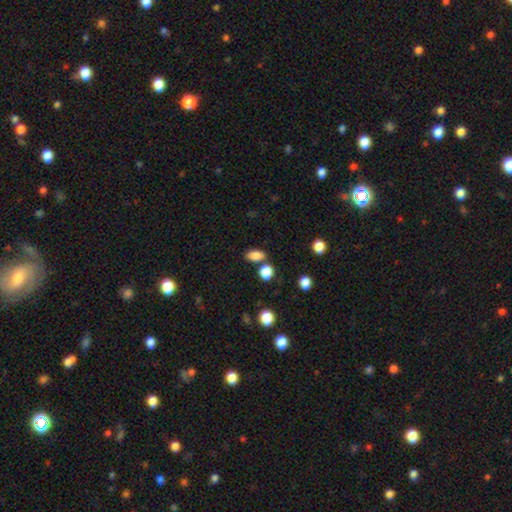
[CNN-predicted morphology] A smooth galaxy with no disk features (83%) that is in between round and cigar-shaped (85%).

Vote fractions:
- Smooth or featured? smooth: 83% / star or artifact: 10% / featured or disk: 6%
- How rounded? in between: 85% / round: 12% / cigar-shaped: 3%
- Merging? none: 73% / merger: 13% / minor disturbance: 11% / major disturbance: 3%